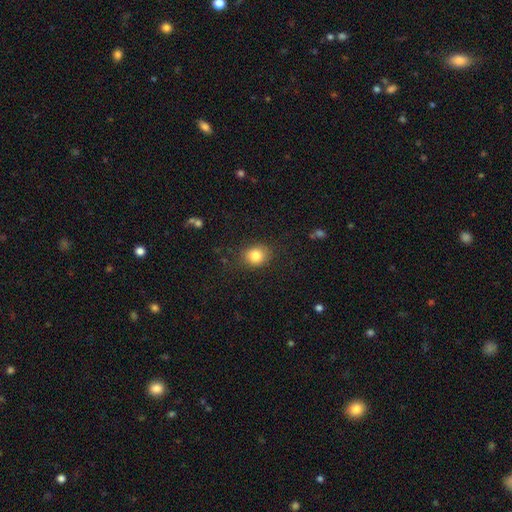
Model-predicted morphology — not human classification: The model was most divided on "how rounded": round: 63%, in between: 37%, cigar-shaped: 1%. More confident: merging — none (84%); smooth or featured — smooth (83%).